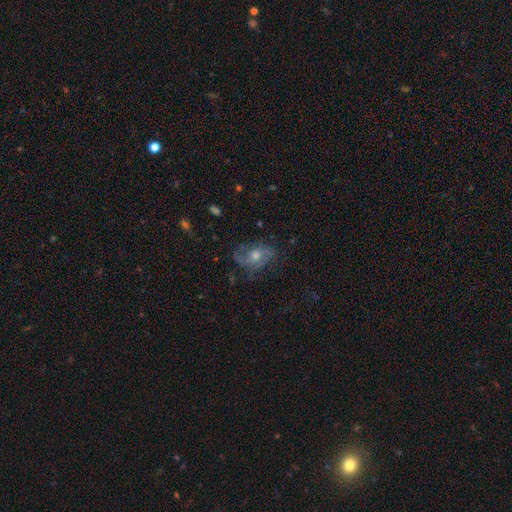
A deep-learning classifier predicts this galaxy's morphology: Smooth or featured: featured or disk — 63% (smooth — 24%)
Edge-on disk: no — 95% (yes — 5%)
Bar: no — 71% (weak — 24%)
Spiral arms: yes — 82% (no — 18%)
Bulge size: moderate — 66% (small — 22%)
Merging: none — 65% (minor disturbance — 21%)